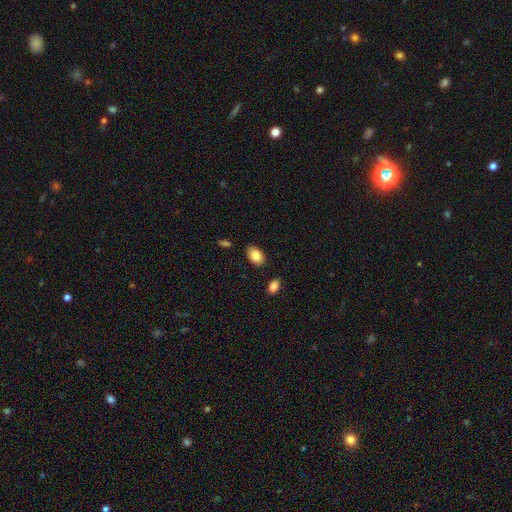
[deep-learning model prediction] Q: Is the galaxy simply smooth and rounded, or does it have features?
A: smooth — 88%.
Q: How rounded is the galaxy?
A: in between — 88%.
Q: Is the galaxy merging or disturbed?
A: none — 82%.